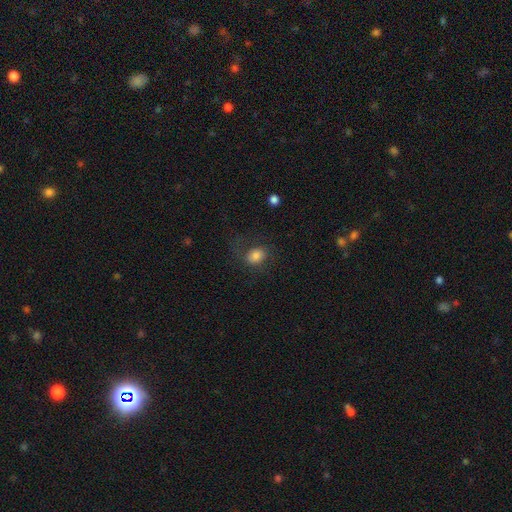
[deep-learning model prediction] Overall: smooth (79%). How rounded: in between (57%; round 42%). Merging: none (67%).